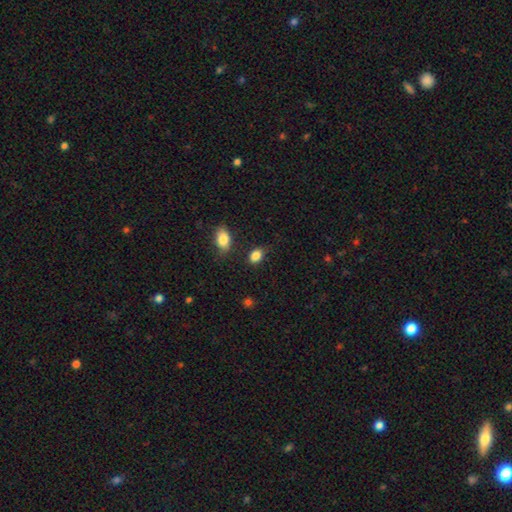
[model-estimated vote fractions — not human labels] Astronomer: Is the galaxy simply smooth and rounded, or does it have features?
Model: smooth — 86%.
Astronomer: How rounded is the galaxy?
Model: in between — 77%.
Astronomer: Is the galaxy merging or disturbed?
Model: none — 75%.